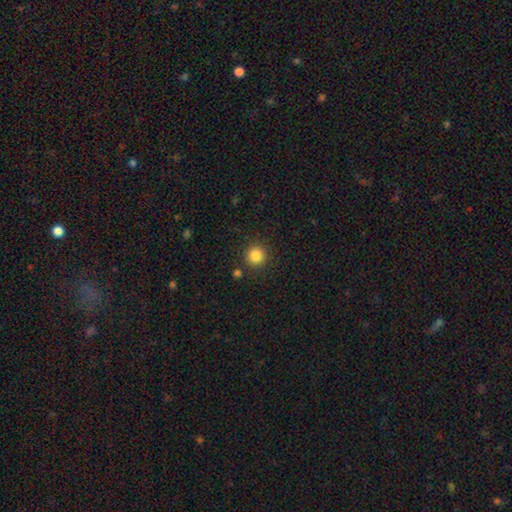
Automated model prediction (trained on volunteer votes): smooth-or-featured: smooth: 84% | star or artifact: 12% | featured or disk: 4%
  how-rounded: round: 93% | in between: 6% | cigar-shaped: 1%
  merging: none: 88% | minor disturbance: 6% | merger: 3% | major disturbance: 2%